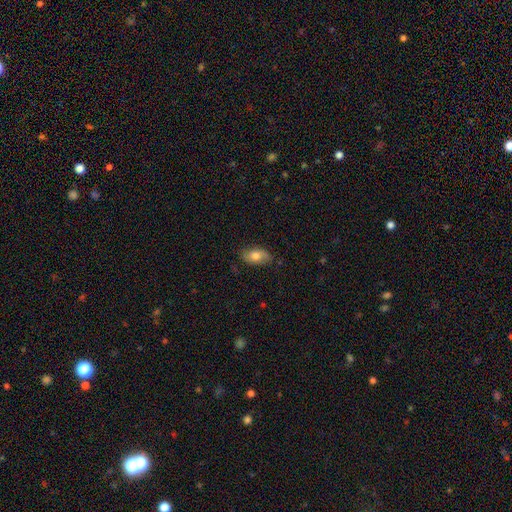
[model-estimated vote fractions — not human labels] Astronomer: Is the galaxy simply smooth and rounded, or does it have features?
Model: smooth — 73%.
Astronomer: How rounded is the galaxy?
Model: in between — 91%.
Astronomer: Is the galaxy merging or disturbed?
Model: none — 79%.